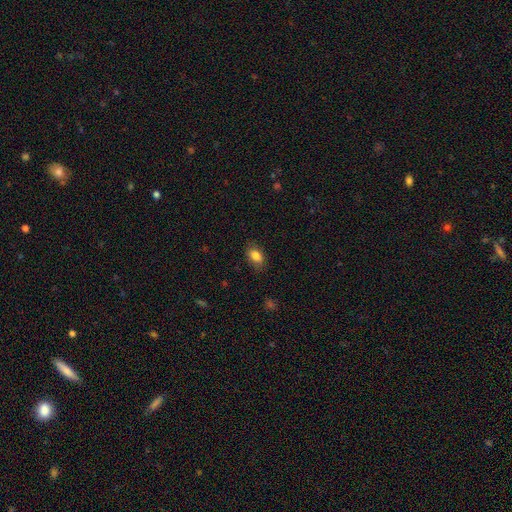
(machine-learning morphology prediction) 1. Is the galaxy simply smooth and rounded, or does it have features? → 84% smooth, 8% star or artifact, 8% featured or disk.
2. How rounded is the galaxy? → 86% in between, 11% round, 2% cigar-shaped.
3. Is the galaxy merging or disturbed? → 81% none, 14% minor disturbance, 3% major disturbance, 1% merger.